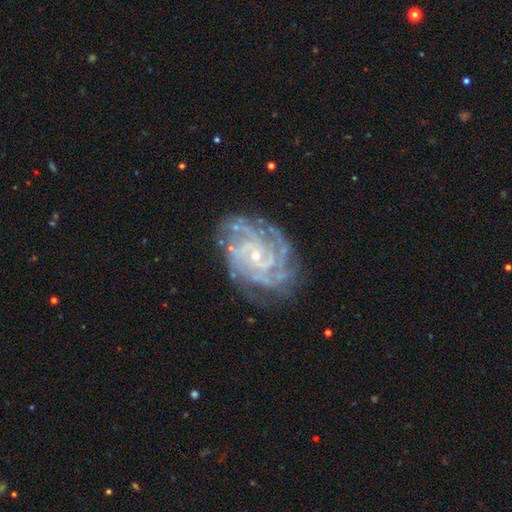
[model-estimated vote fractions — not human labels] Q: Smooth or featured?
A: featured or disk (90%); runner-up: star or artifact (6%)
Q: Edge-on disk?
A: no (98%); runner-up: yes (2%)
Q: Bar?
A: no (62%); runner-up: weak (30%)
Q: Spiral arms?
A: yes (97%); runner-up: no (3%)
Q: Spiral winding?
A: tight (72%); runner-up: medium (24%)
Q: Spiral arm count?
A: can't tell (25%); runner-up: 4 (24%)
Q: Bulge size?
A: small (82%); runner-up: moderate (14%)
Q: Merging?
A: none (74%); runner-up: minor disturbance (17%)